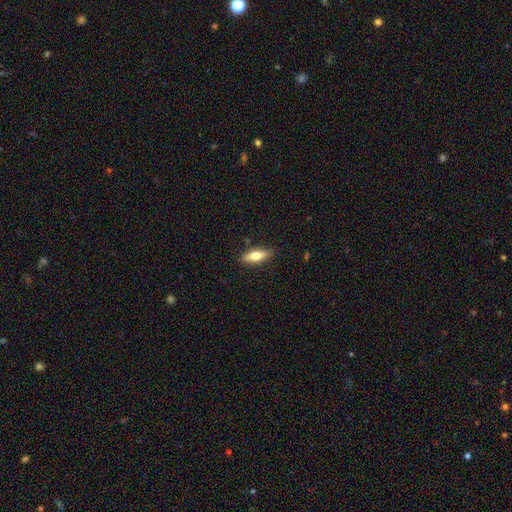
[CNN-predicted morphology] This is likely a smooth galaxy (63%). How rounded: possibly in between (55%). Merging: clearly none (86%).